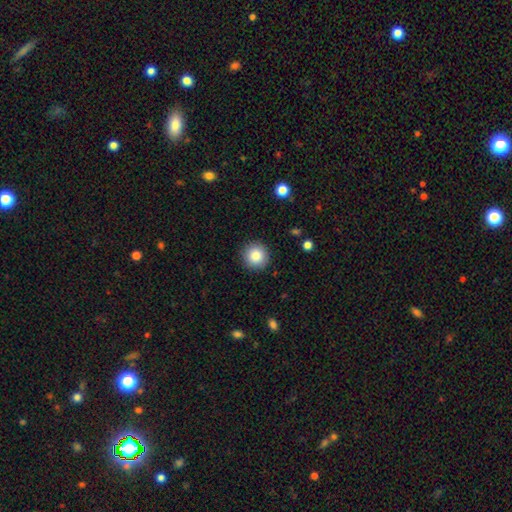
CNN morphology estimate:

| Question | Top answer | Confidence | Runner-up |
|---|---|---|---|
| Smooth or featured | smooth | 85% | star or artifact (9%) |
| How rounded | round | 94% | in between (5%) |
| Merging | none | 91% | minor disturbance (6%) |